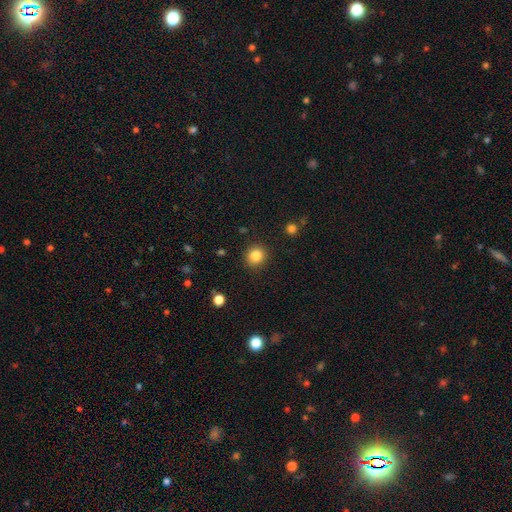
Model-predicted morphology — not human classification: Overall: smooth (84%). How rounded: round (91%). Merging: none (91%).